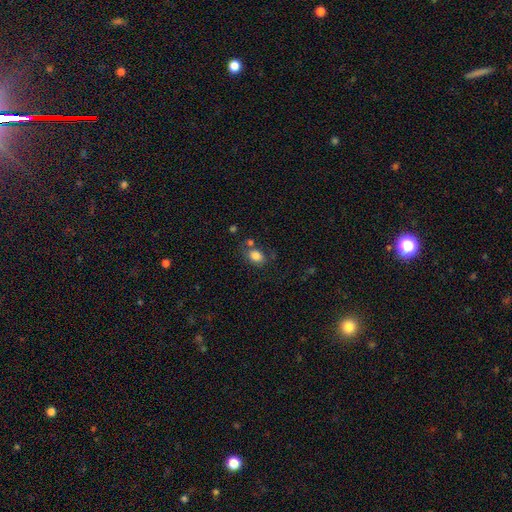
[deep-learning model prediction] Morphology: type=smooth (83%); roundness=in between (66%); merging=none (61%).